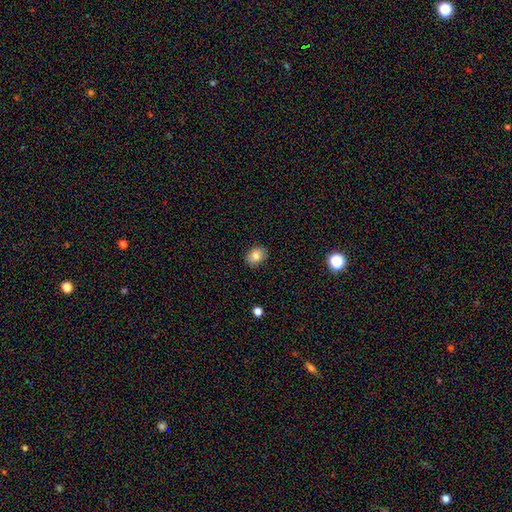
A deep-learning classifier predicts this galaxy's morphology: smooth 80%, featured or disk 10%, star or artifact 10%. Down the decision tree: how rounded — in between (57%); merging — none (86%).